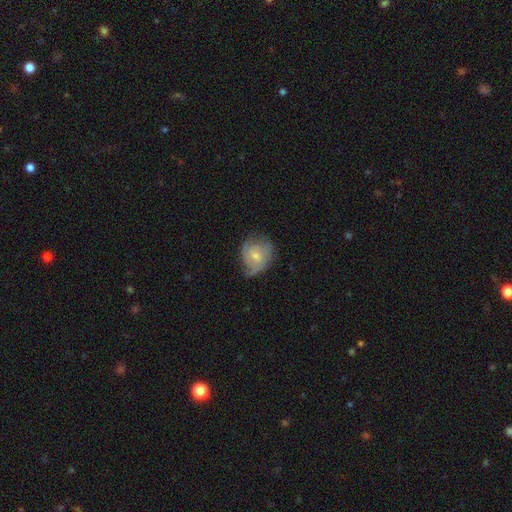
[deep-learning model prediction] Smooth or featured: featured or disk — 49% (smooth — 44%)
Merging: none — 45% (minor disturbance — 35%)